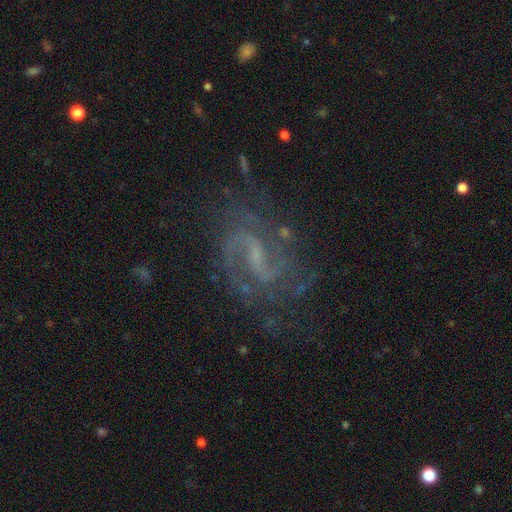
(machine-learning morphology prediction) Smooth or featured? featured or disk (87%)
Edge-on disk? no (97%)
Bar? weak (57%)
Spiral arms? yes (97%)
Spiral winding? medium (53%)
Spiral arm count? 2 (83%)
Bulge size? small (50%)
Merging? none (71%)